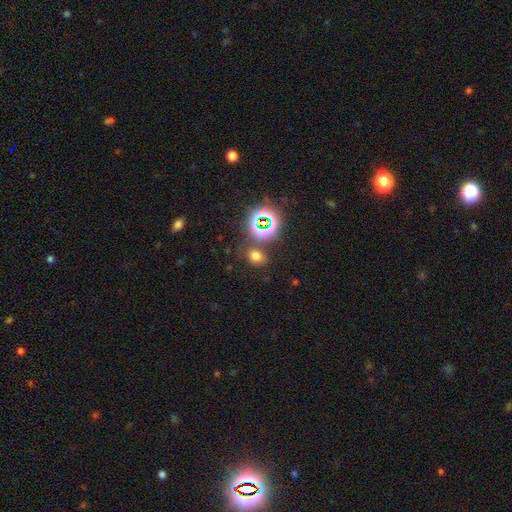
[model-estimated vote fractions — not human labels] Overall: smooth (65%; star or artifact 28%). How rounded: round (52%; in between 47%). Merging: none (77%).